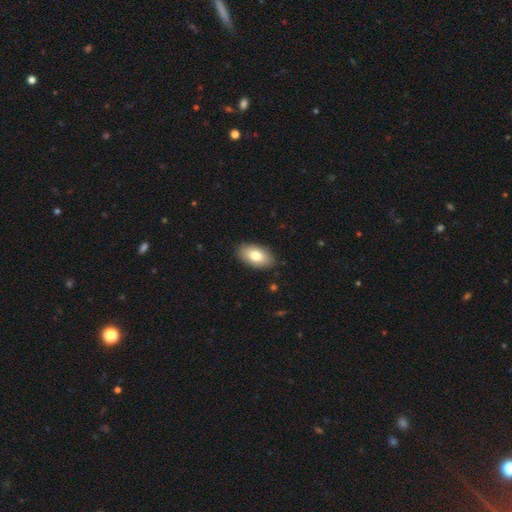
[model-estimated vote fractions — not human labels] smooth_or_featured: smooth (p=0.78) [alt: featured or disk p=0.15]
how_rounded: in between (p=0.94) [alt: round p=0.04]
merging: none (p=0.88) [alt: minor disturbance p=0.09]